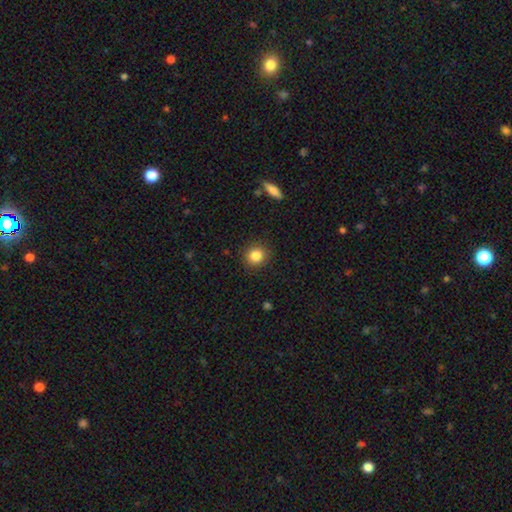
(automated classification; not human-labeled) smooth 85%, star or artifact 10%, featured or disk 5%. Down the decision tree: how rounded — round (87%); merging — none (90%).